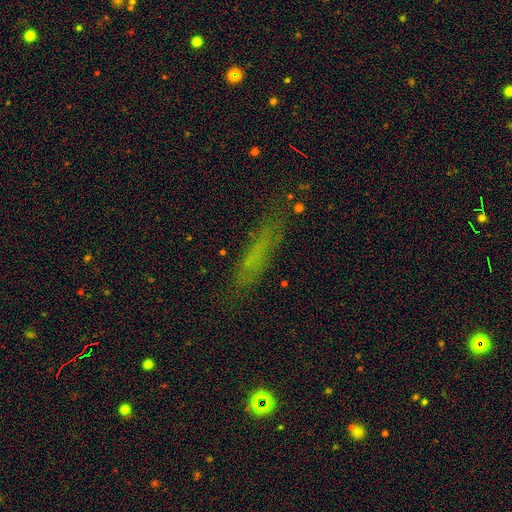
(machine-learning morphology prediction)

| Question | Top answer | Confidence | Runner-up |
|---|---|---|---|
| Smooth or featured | smooth | 56% | featured or disk (25%) |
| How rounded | cigar-shaped | 84% | in between (13%) |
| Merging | none | 77% | minor disturbance (15%) |